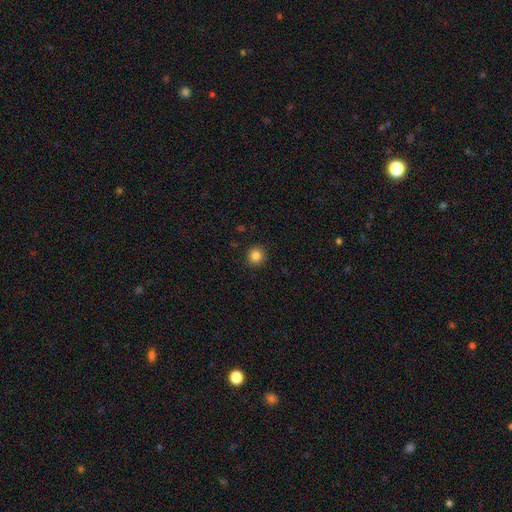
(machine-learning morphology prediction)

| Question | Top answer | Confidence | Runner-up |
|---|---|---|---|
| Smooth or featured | smooth | 85% | star or artifact (11%) |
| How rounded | round | 91% | in between (8%) |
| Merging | none | 92% | minor disturbance (5%) |